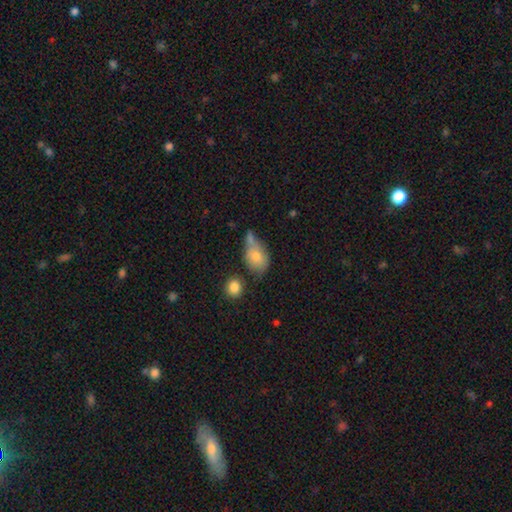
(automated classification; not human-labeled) Smooth or featured? smooth (73%)
How rounded? in between (79%)
Merging? none (38%)